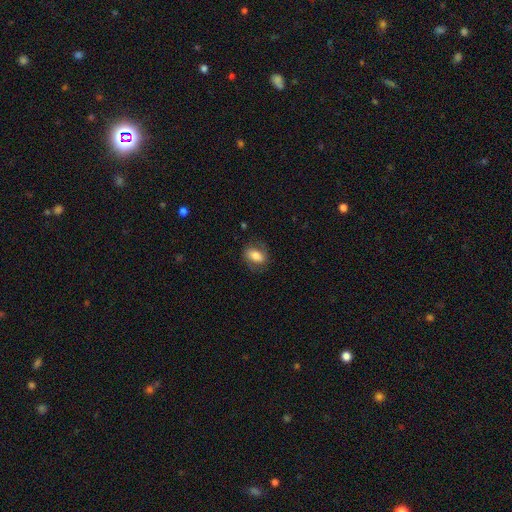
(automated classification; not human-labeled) This is likely a smooth galaxy (69%). How rounded: likely in between (80%). Merging: likely none (73%).